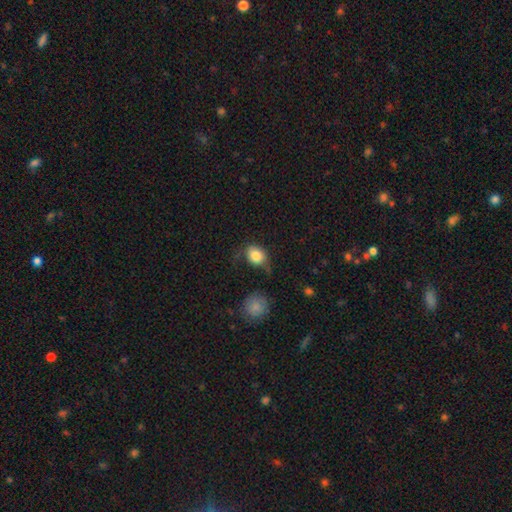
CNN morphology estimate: smooth 84%, star or artifact 9%, featured or disk 7%. Down the decision tree: how rounded — in between (53%); merging — none (57%).